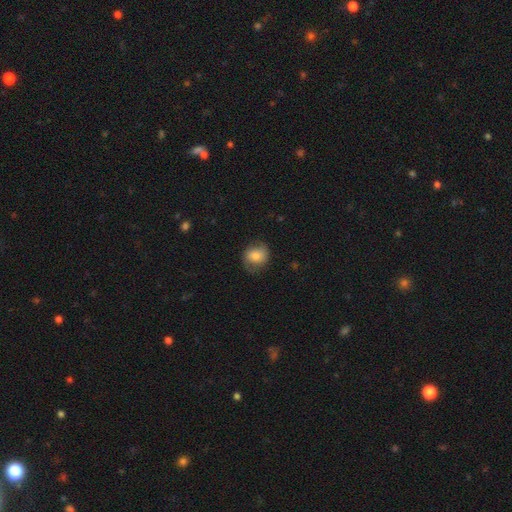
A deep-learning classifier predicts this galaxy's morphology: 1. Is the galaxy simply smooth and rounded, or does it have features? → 63% smooth, 29% featured or disk, 8% star or artifact.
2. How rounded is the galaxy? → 65% round, 34% in between, 1% cigar-shaped.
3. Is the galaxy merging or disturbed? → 68% none, 22% minor disturbance, 9% major disturbance, 1% merger.